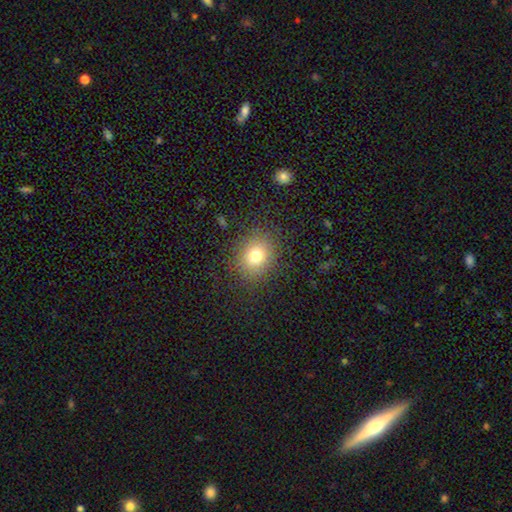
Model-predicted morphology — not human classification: smooth 75%, star or artifact 15%, featured or disk 10%. Down the decision tree: how rounded — round (68%); merging — none (86%).